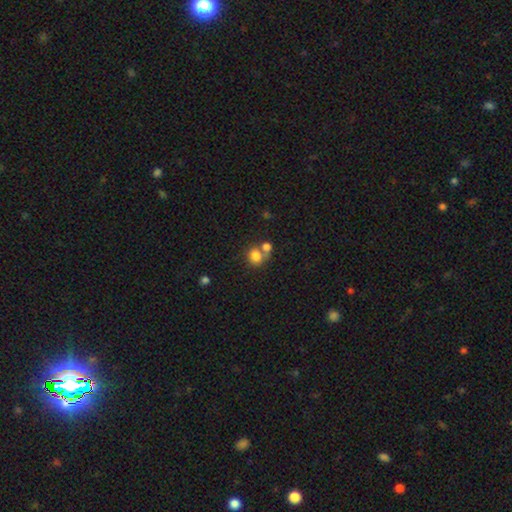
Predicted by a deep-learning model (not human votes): smooth-or-featured: smooth: 80% | star or artifact: 11% | featured or disk: 10%
  how-rounded: round: 69% | in between: 30% | cigar-shaped: 1%
  merging: merger: 44% | none: 42% | minor disturbance: 9% | major disturbance: 5%